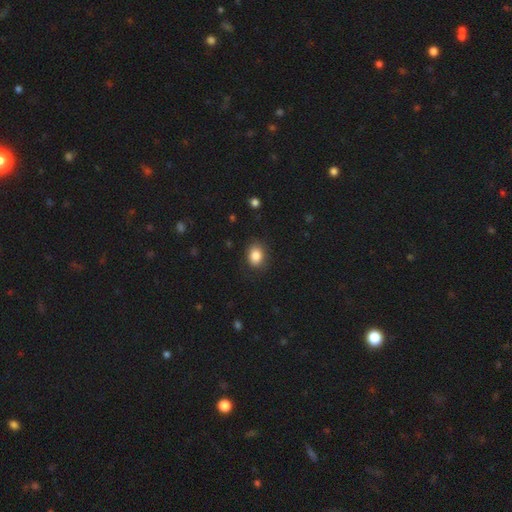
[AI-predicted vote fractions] Smooth or featured? Predicted: smooth (p=0.85). How rounded? Predicted: in between (p=0.60). Merging? Predicted: none (p=0.83).